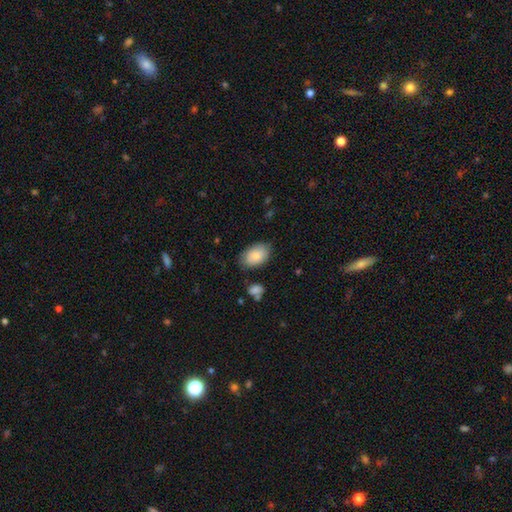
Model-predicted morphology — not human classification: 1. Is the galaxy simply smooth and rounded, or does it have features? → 84% smooth, 9% featured or disk, 6% star or artifact.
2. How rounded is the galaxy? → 91% in between, 8% round, 1% cigar-shaped.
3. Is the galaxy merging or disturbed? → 79% none, 16% minor disturbance, 3% major disturbance, 2% merger.